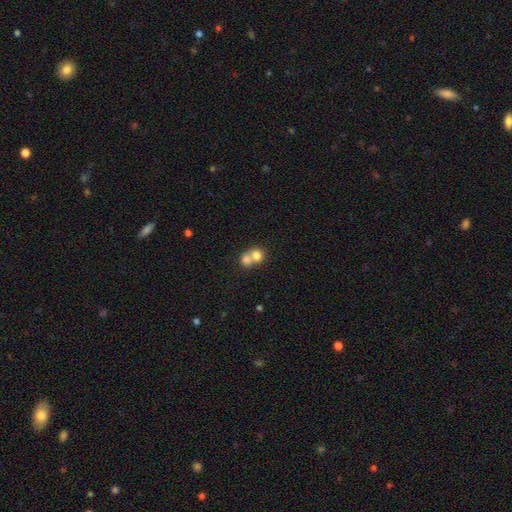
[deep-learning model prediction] This appears to be a smooth galaxy with no disk features (75%) that is round (74%). Merging: merger (68%).